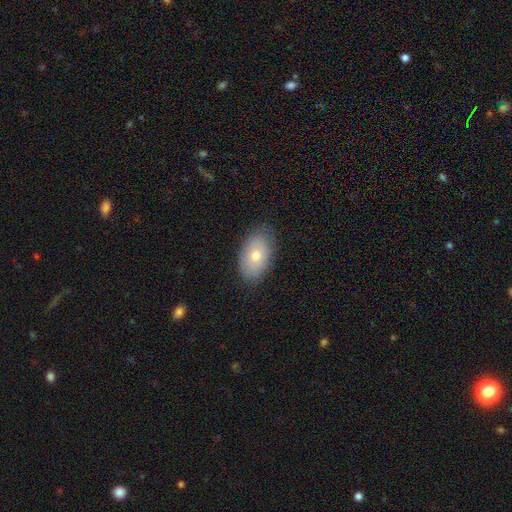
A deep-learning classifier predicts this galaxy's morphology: Q: Smooth or featured?
A: smooth (70%); runner-up: featured or disk (23%)
Q: How rounded?
A: in between (91%); runner-up: round (8%)
Q: Merging?
A: none (82%); runner-up: minor disturbance (14%)